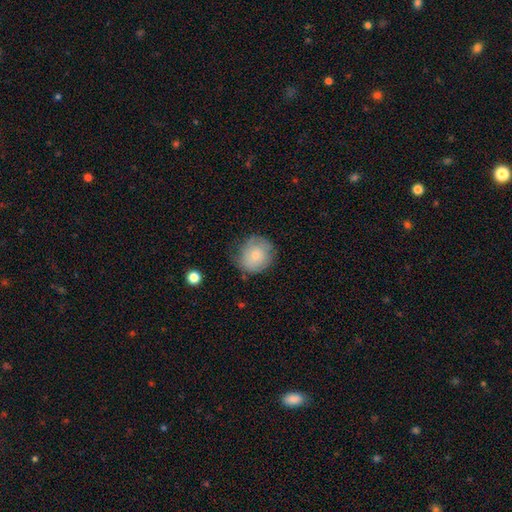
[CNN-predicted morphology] Overall: smooth (75%). How rounded: round (85%). Merging: none (68%).